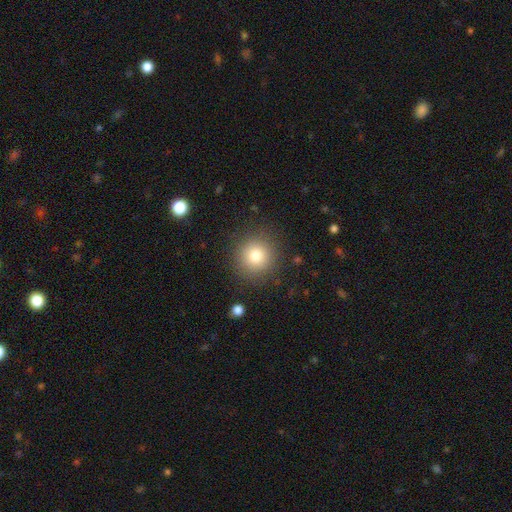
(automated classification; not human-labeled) This appears to be a smooth galaxy with no disk features (79%) that is round (94%). Merging: none (88%).